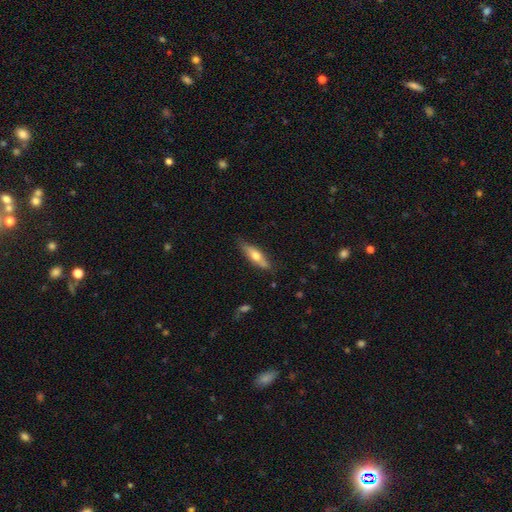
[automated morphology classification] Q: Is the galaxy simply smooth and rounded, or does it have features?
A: smooth — 54%.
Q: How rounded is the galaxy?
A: cigar-shaped — 61%.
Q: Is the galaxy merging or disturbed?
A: none — 76%.